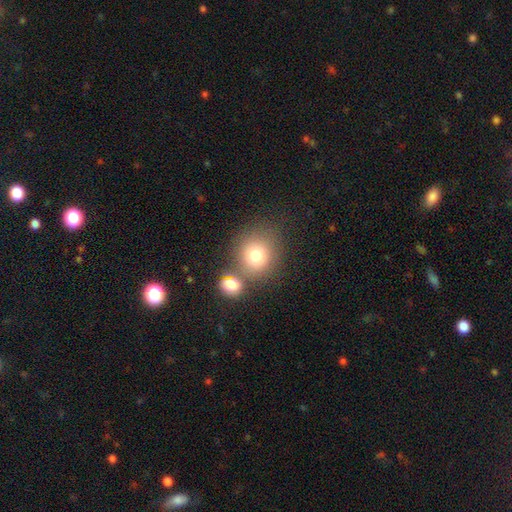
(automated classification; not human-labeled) Morphology: type=smooth (77%); roundness=round (79%); merging=none (59%).